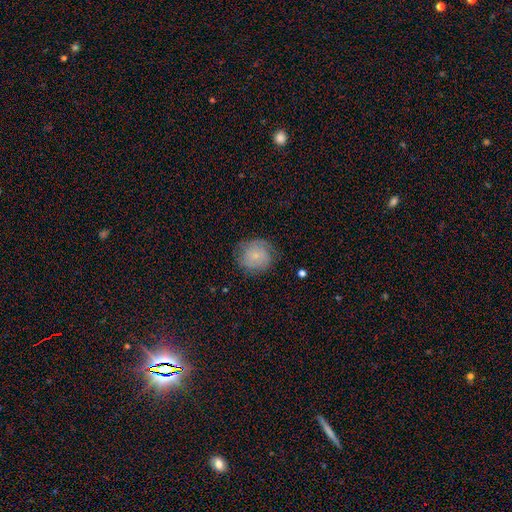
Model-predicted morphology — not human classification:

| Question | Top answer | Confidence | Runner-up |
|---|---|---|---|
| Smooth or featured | smooth | 61% | featured or disk (31%) |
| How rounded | round | 88% | in between (11%) |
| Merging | none | 69% | minor disturbance (21%) |